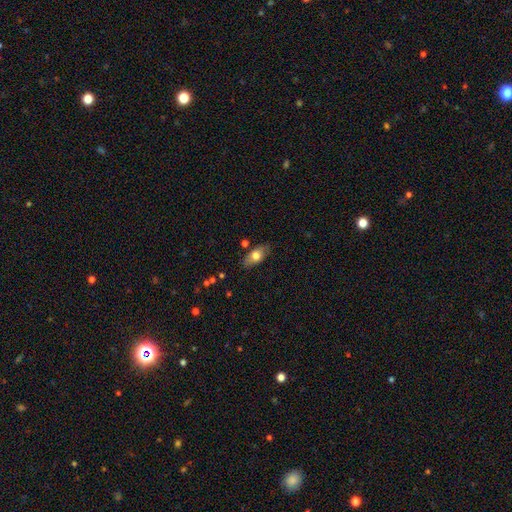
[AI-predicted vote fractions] Morphology: type=smooth (68%); roundness=in between (88%); merging=none (79%).